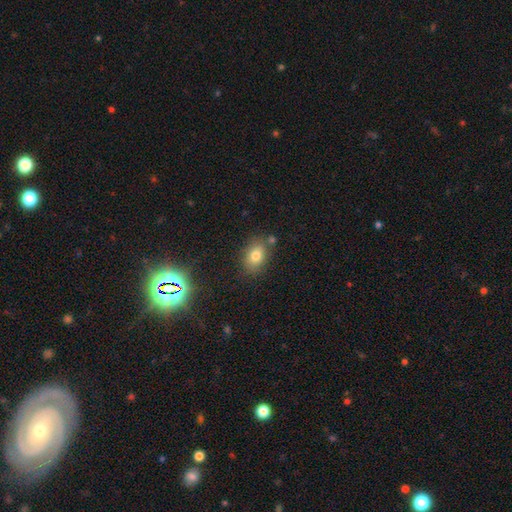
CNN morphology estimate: type=smooth (77%); roundness=in between (75%); merging=none (74%).